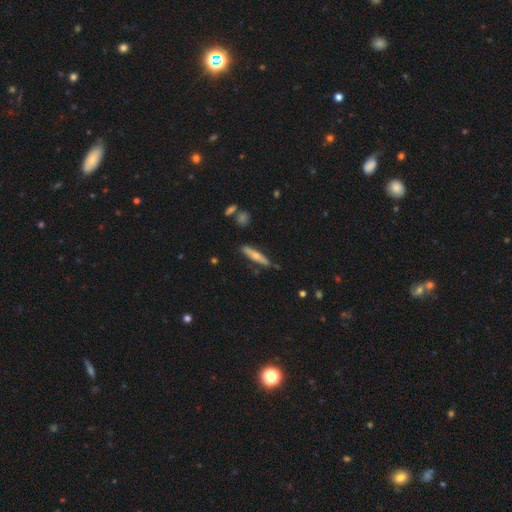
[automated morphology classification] This appears to be a smooth galaxy with no disk features (47%). Merging: none (81%).